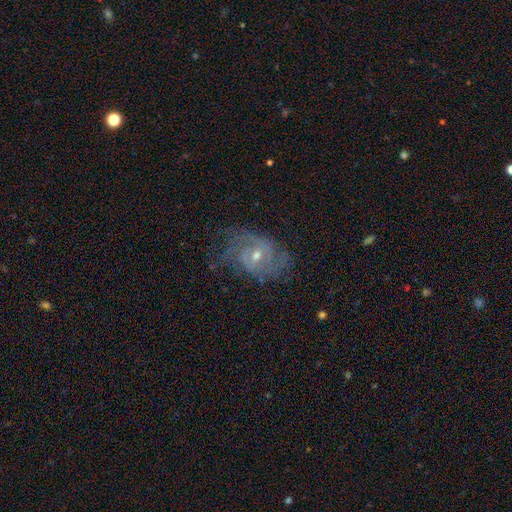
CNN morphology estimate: smooth-or-featured: featured or disk: 83% | smooth: 9% | star or artifact: 8%
  disk-edge-on: no: 97% | yes: 3%
    bar: no: 53% | weak: 39% | strong: 8%
    has-spiral-arms: yes: 94% | no: 6%
      spiral-winding: tight: 47% | medium: 40% | loose: 13%
      spiral-arm-count: 2: 38% | can't tell: 28% | 3: 17% | 4: 6% | 1: 5% | more than 4: 5%
    bulge-size: moderate: 51% | small: 46% | large: 2% | none: 1% | dominant: 1%
  merging: none: 67% | minor disturbance: 21% | major disturbance: 10% | merger: 1%